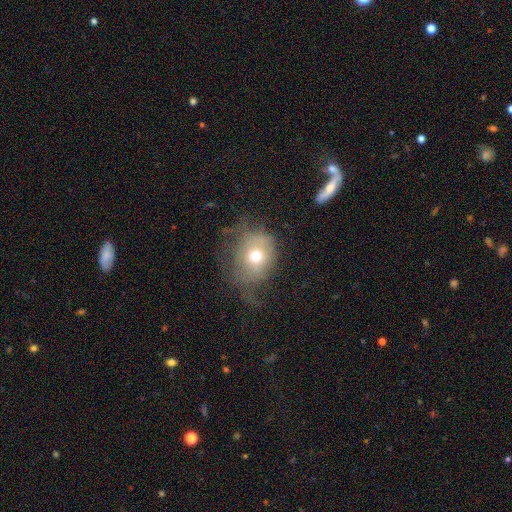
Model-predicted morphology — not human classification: Smooth or featured?
  - smooth: 61% *
  - featured or disk: 26%
  - star or artifact: 13%
How rounded?
  - round: 63% *
  - in between: 36%
  - cigar-shaped: 1%
Merging?
  - major disturbance: 37% *
  - none: 35%
  - minor disturbance: 26%
  - merger: 2%